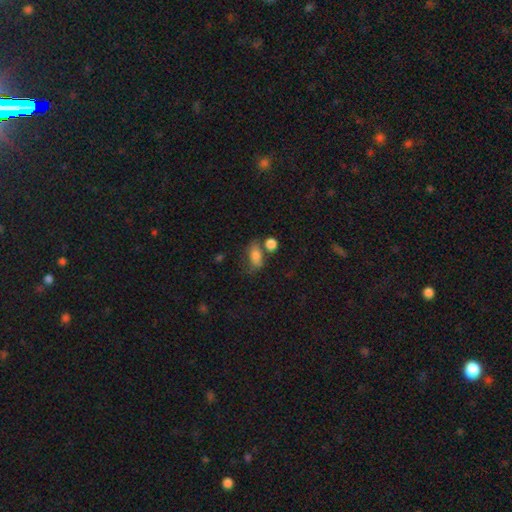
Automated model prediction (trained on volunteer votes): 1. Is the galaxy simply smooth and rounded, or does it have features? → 79% smooth, 11% featured or disk, 10% star or artifact.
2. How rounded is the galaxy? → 83% in between, 12% round, 5% cigar-shaped.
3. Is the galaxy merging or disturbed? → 45% none, 22% merger, 21% minor disturbance, 12% major disturbance.